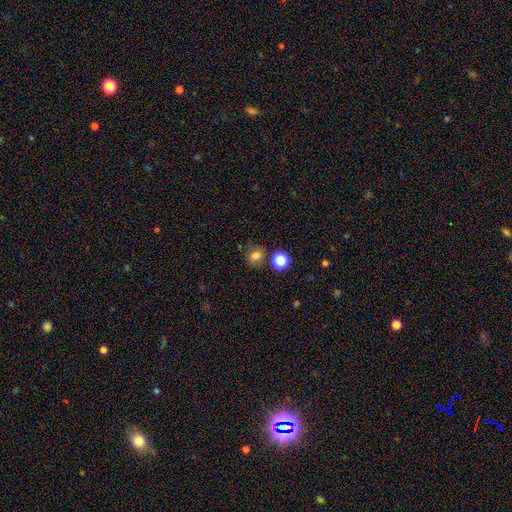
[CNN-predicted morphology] A smooth galaxy with no disk features (77%) that is round (77%). Merging: none (77%).